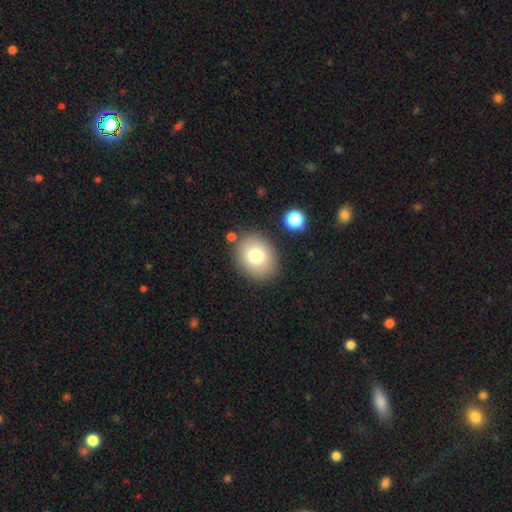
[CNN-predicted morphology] smooth_or_featured: smooth (p=0.77) [alt: featured or disk p=0.13]
how_rounded: round (p=0.57) [alt: in between p=0.43]
merging: none (p=0.84) [alt: minor disturbance p=0.10]